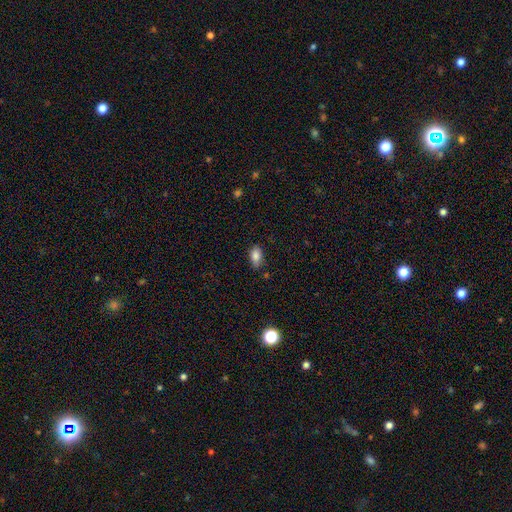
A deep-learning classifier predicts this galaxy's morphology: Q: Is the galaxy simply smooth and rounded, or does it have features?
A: smooth — 83%.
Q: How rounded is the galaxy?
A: in between — 88%.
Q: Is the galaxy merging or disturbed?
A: none — 73%.